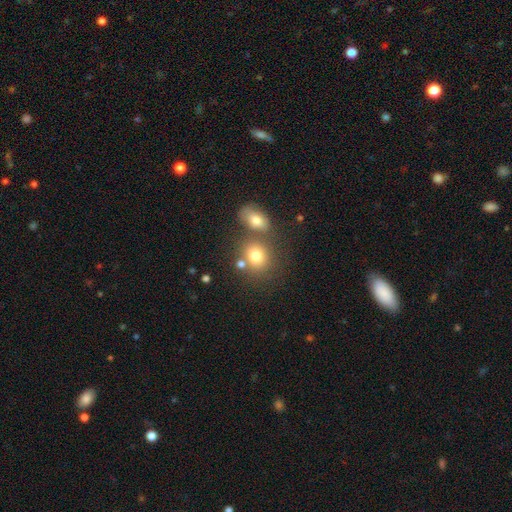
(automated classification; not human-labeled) Smooth or featured: smooth — 77% (star or artifact — 12%)
How rounded: round — 66% (in between — 32%)
Merging: none — 55% (merger — 29%)